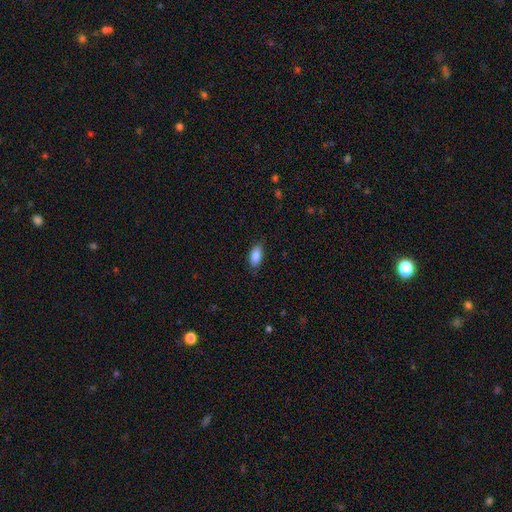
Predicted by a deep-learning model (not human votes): The model was most divided on "merging": none: 81%, minor disturbance: 15%, major disturbance: 3%, merger: 1%. More confident: how rounded — in between (90%); smooth or featured — smooth (88%).